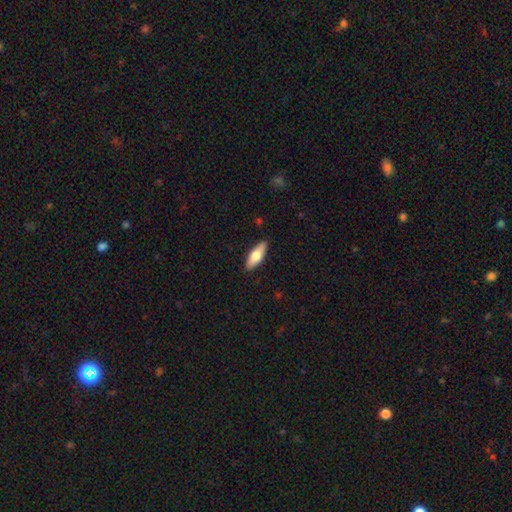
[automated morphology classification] smooth_or_featured: smooth (p=0.63) [alt: featured or disk p=0.31]
how_rounded: in between (p=0.62) [alt: cigar-shaped p=0.36]
merging: none (p=0.88) [alt: minor disturbance p=0.09]